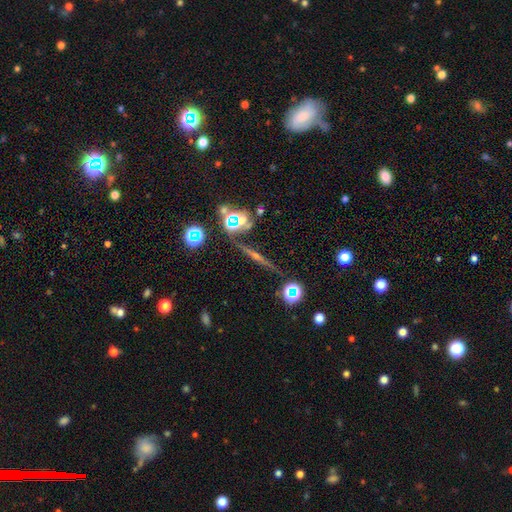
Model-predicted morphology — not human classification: The model was most divided on "smooth or featured": featured or disk: 68%, star or artifact: 17%, smooth: 15%. More confident: edge-on disk — yes (95%); merging — none (84%); edge-on bulge — rounded (78%).